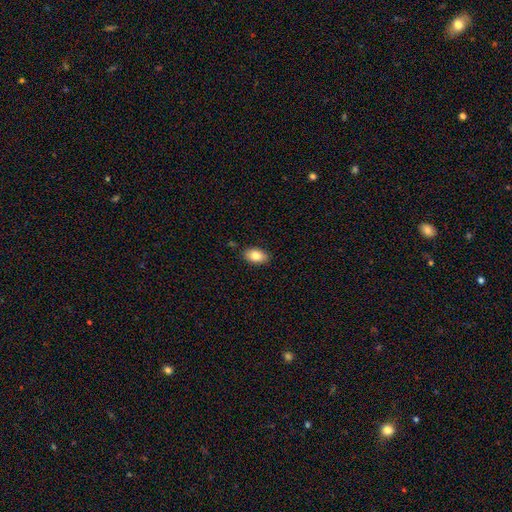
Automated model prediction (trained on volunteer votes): Overall: smooth (83%). How rounded: in between (91%). Merging: none (86%).